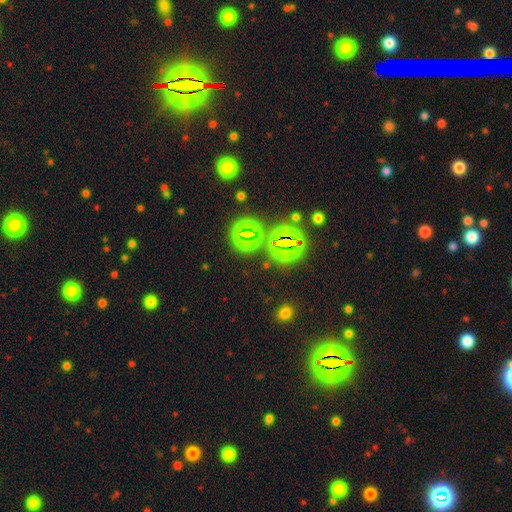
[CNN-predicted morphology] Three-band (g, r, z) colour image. It shows a star or artifact, not a galaxy (70%).